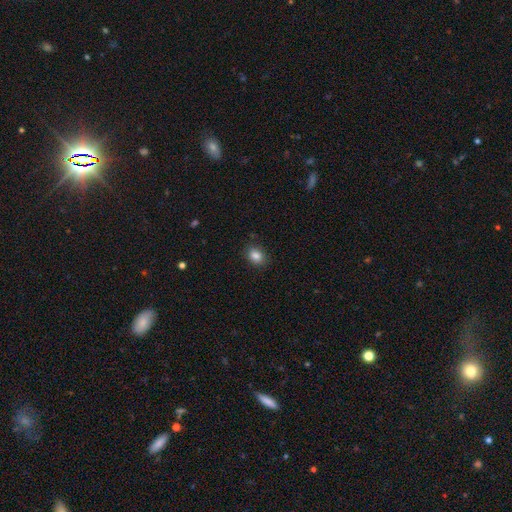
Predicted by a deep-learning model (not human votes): The model was most divided on "how rounded": in between: 63%, round: 36%, cigar-shaped: 1%. More confident: smooth or featured — smooth (85%); merging — none (84%).